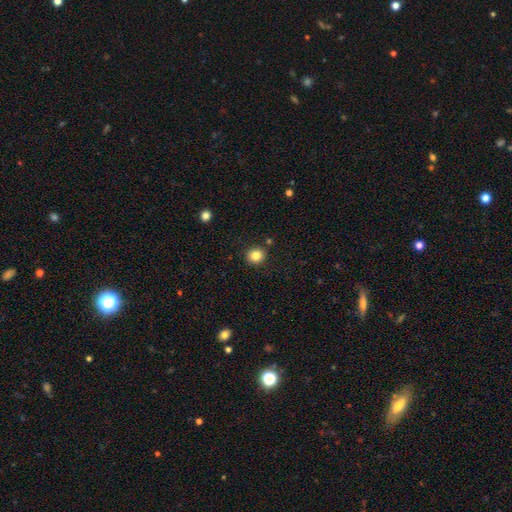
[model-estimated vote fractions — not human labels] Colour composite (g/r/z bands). It shows a smooth galaxy with no disk features (83%) that is round (86%). Merging: none (88%).